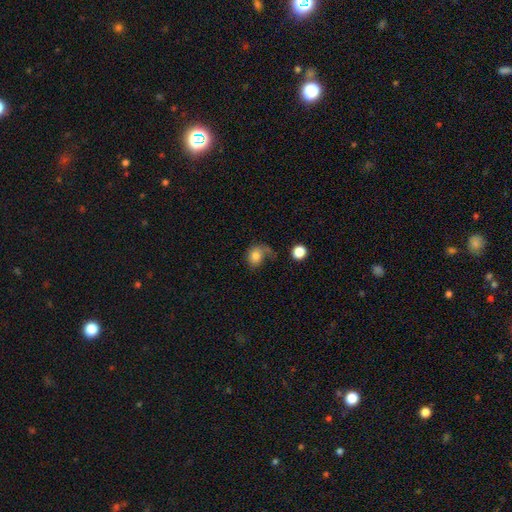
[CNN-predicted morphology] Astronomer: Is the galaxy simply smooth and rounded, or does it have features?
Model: smooth — 75%.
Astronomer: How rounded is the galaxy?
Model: round — 57% (runner-up: in between, 41%).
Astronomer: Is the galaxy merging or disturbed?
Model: none — 35% (runner-up: major disturbance, 33%).